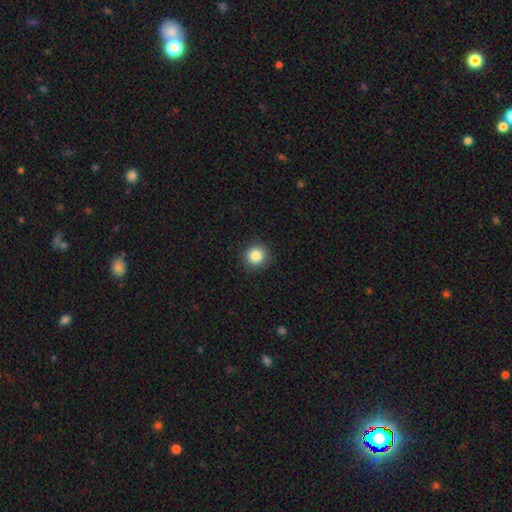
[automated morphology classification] smooth 85%, star or artifact 10%, featured or disk 4%. Down the decision tree: how rounded — round (92%); merging — none (91%).